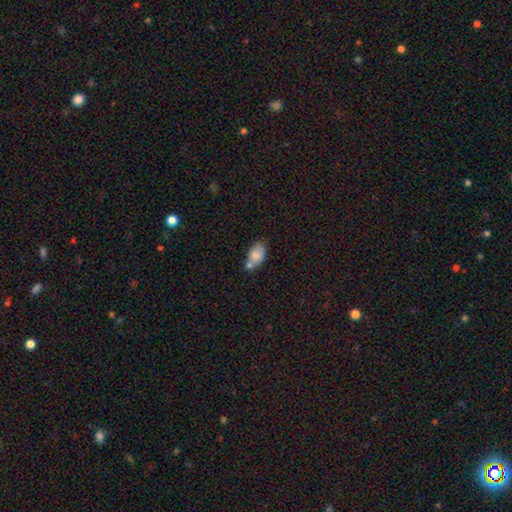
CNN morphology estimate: A smooth galaxy with no disk features (79%) that is in between round and cigar-shaped (90%). Merging: none (43%).